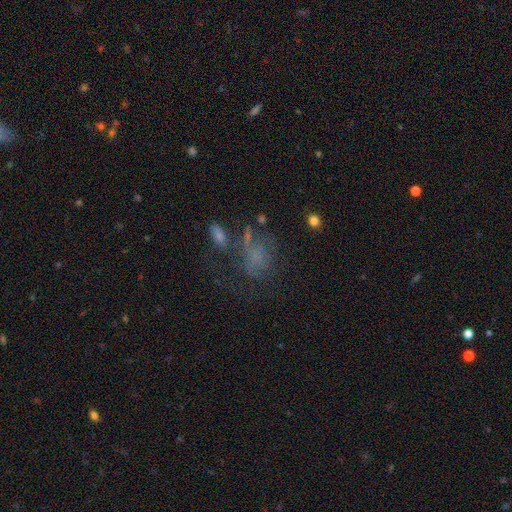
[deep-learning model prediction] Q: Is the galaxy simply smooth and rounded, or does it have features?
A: smooth — 43%.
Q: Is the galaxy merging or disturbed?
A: major disturbance — 35%.